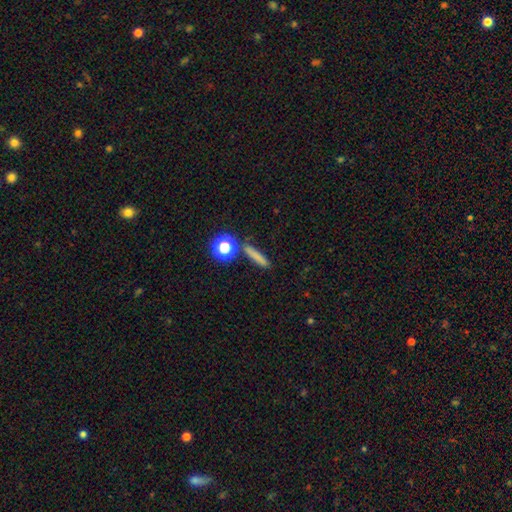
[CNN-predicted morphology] smooth 76%, star or artifact 13%, featured or disk 11%. Down the decision tree: how rounded — cigar-shaped (80%); merging — none (85%).